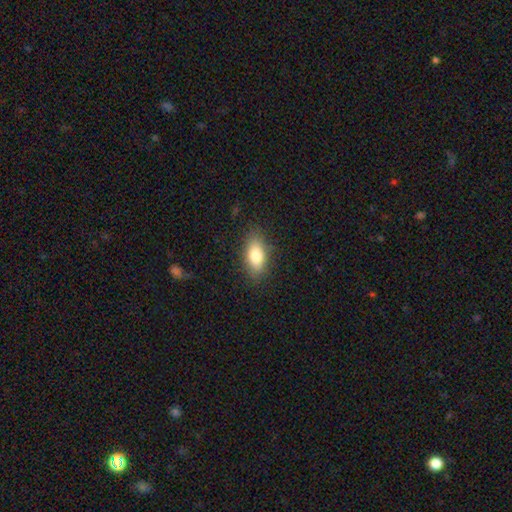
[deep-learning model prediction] This is clearly a smooth galaxy (81%). How rounded: clearly in between (85%). Merging: clearly none (84%).